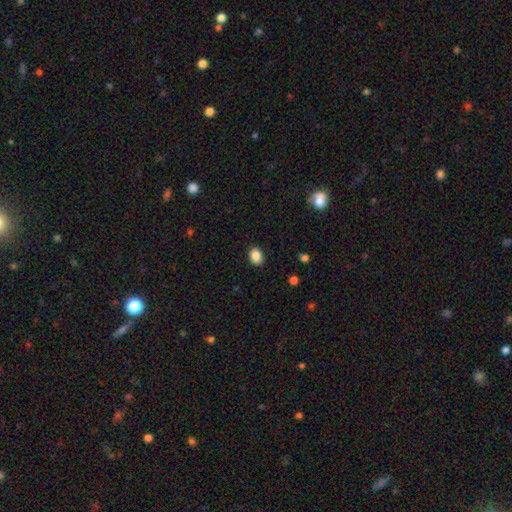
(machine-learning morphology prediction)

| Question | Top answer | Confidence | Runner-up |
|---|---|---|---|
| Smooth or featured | smooth | 88% | star or artifact (9%) |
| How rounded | in between | 69% | round (30%) |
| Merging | none | 89% | minor disturbance (8%) |